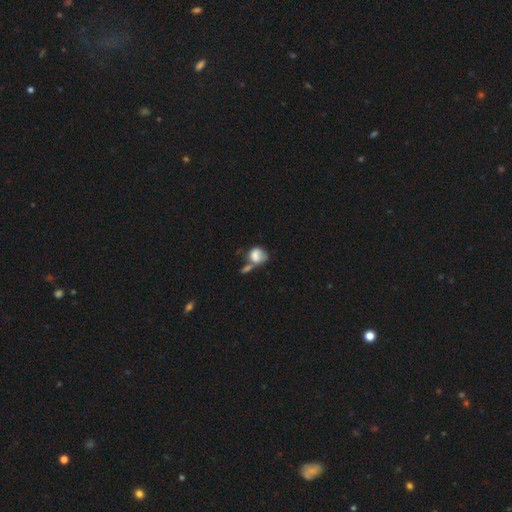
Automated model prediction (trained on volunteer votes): Q: Smooth or featured?
A: smooth (72%); runner-up: featured or disk (19%)
Q: How rounded?
A: in between (56%); runner-up: round (43%)
Q: Merging?
A: merger (43%); runner-up: none (21%)